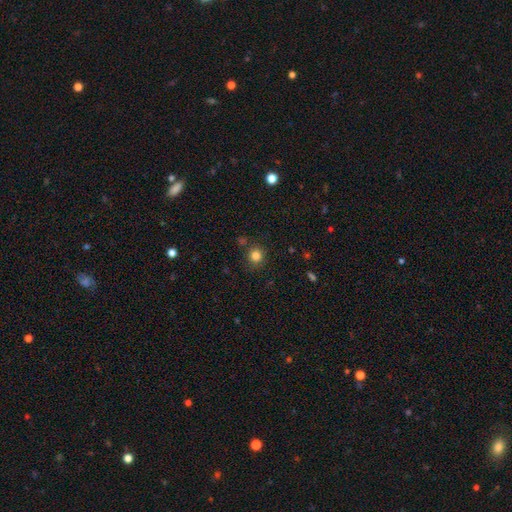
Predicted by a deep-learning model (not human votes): smooth 83%, star or artifact 12%, featured or disk 5%. Down the decision tree: how rounded — round (88%); merging — none (82%).